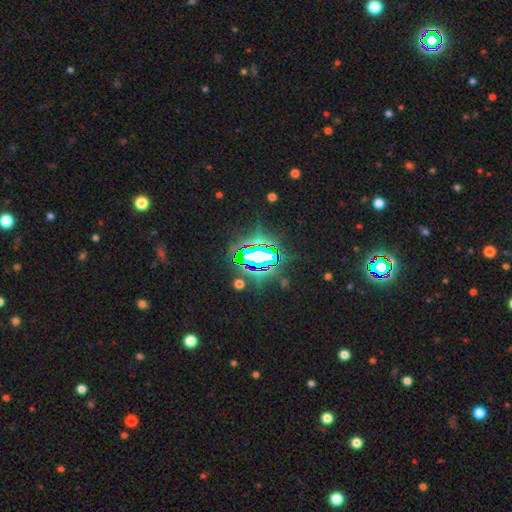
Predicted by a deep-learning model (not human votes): Smooth or featured?
  - star or artifact: 77% *
  - smooth: 12%
  - featured or disk: 11%